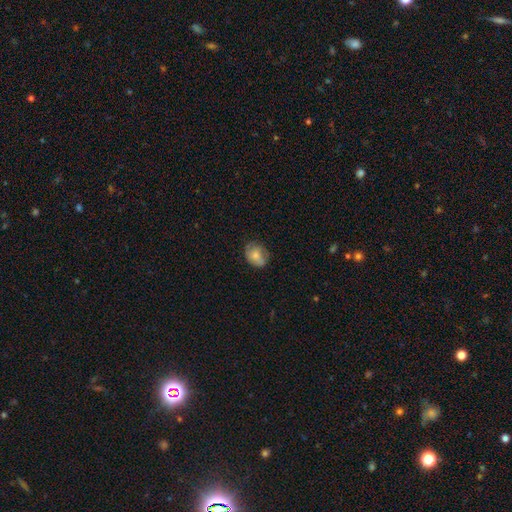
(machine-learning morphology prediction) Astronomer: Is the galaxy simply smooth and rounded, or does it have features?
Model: smooth — 76%.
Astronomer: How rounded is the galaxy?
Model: in between — 52% (runner-up: round, 47%).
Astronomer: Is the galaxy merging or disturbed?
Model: none — 64%.